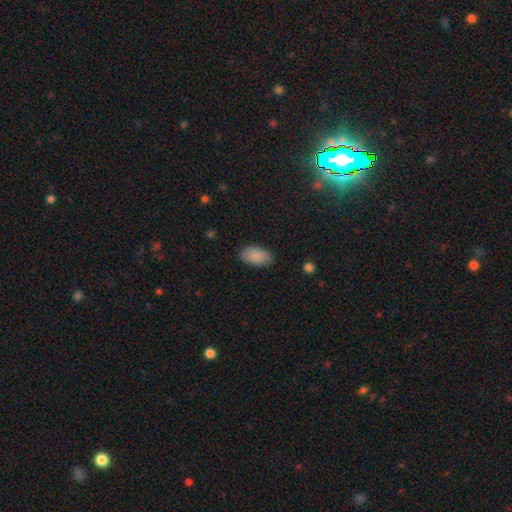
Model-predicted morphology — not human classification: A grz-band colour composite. It shows a smooth galaxy with no disk features (89%) that is in between round and cigar-shaped (94%). Merging: none (83%).